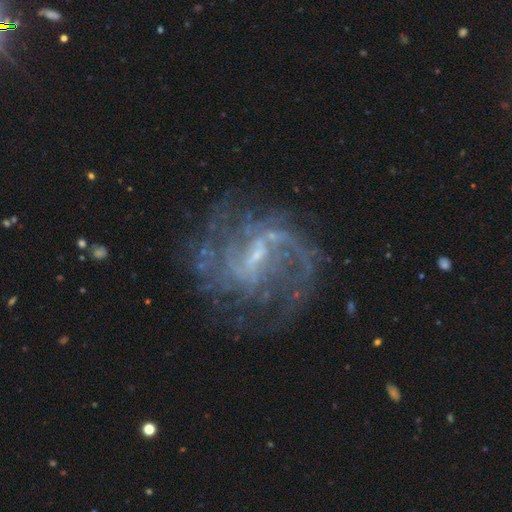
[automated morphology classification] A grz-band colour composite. It shows a featured or disk galaxy (88%) with a weak bar (55%), 2 (42%) medium (46%) spiral arms (95%) and a small central bulge (67%). Merging: none (67%).